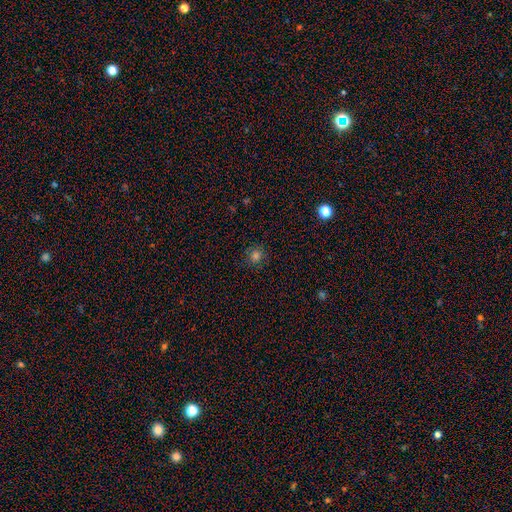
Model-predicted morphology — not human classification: Smooth or featured? Predicted: smooth (p=0.76). How rounded? Predicted: round (p=0.90). Merging? Predicted: none (p=0.87).